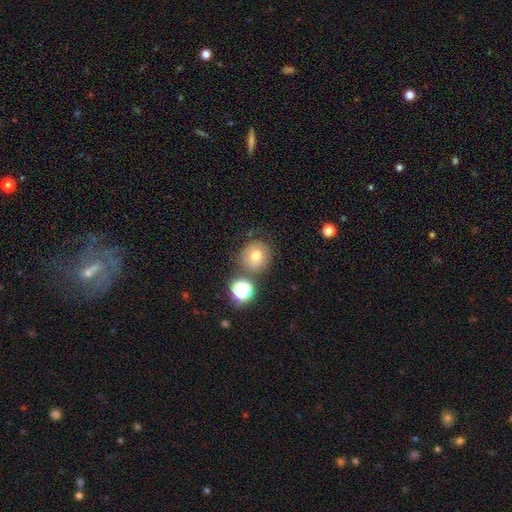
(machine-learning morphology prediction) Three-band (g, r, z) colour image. It shows a smooth galaxy with no disk features (70%) that is round (90%). Merging: none (71%).